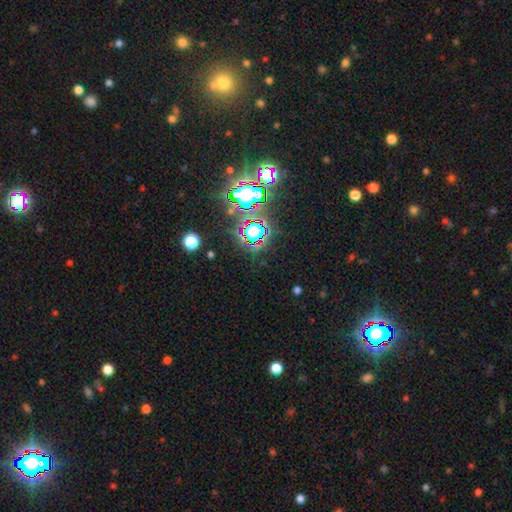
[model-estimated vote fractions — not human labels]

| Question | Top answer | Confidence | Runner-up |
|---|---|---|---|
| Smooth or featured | star or artifact | 80% | smooth (12%) |